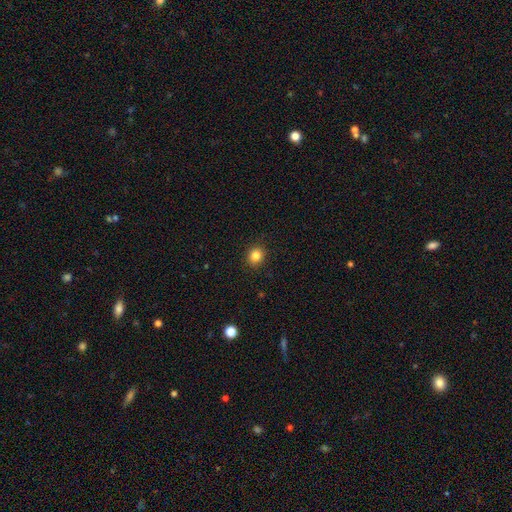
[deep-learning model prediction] The model was most divided on "how rounded": round: 75%, in between: 24%, cigar-shaped: 1%. More confident: merging — none (91%); smooth or featured — smooth (84%).